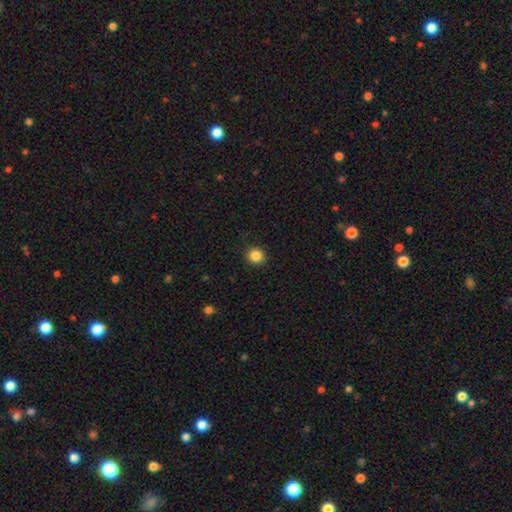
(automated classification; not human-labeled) Overall: smooth (86%). How rounded: round (92%). Merging: none (92%).